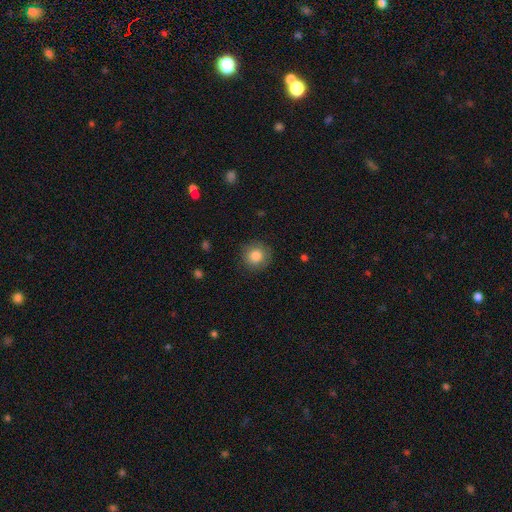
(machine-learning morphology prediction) This is clearly a smooth galaxy (84%). How rounded: clearly round (93%). Merging: clearly none (86%).